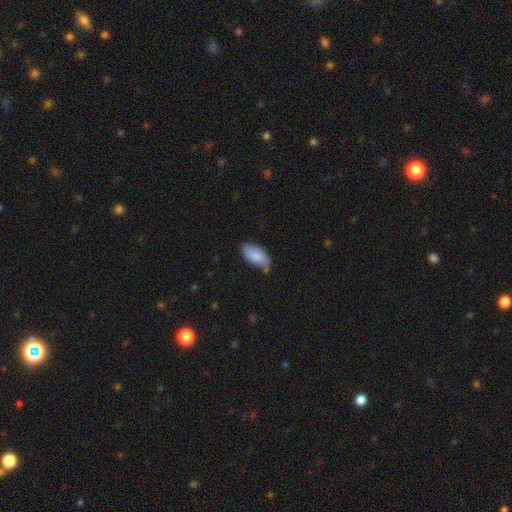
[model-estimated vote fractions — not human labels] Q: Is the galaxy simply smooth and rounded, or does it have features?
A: smooth — 76%.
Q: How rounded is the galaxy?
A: in between — 94%.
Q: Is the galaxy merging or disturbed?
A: none — 53%.